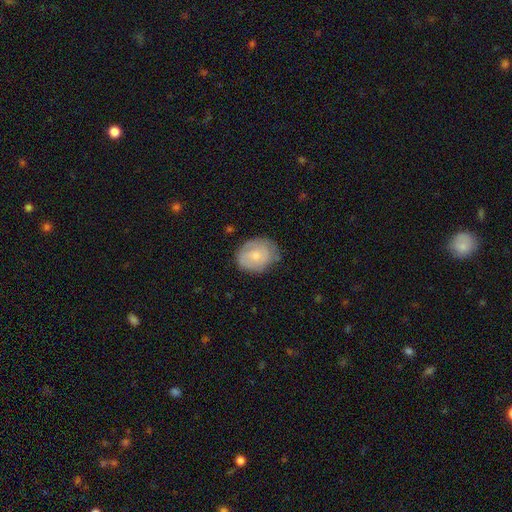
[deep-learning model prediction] smooth_or_featured: smooth (p=0.53) [alt: featured or disk p=0.40]
how_rounded: round (p=0.56) [alt: in between p=0.43]
merging: none (p=0.69) [alt: minor disturbance p=0.23]